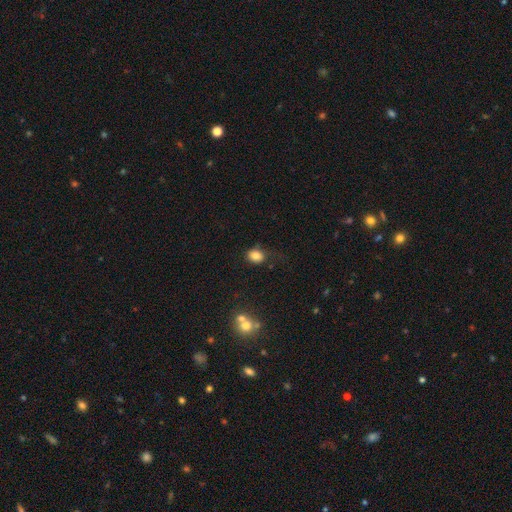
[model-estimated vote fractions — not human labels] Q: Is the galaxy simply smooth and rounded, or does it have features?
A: smooth — 81%.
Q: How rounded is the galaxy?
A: in between — 53%.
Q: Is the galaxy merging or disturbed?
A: none — 64%.